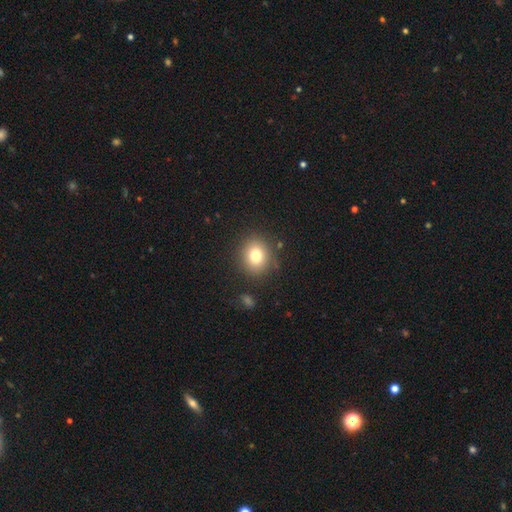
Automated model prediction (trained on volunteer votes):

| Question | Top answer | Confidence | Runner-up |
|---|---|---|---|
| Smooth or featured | smooth | 78% | star or artifact (12%) |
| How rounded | round | 75% | in between (24%) |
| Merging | none | 85% | minor disturbance (9%) |